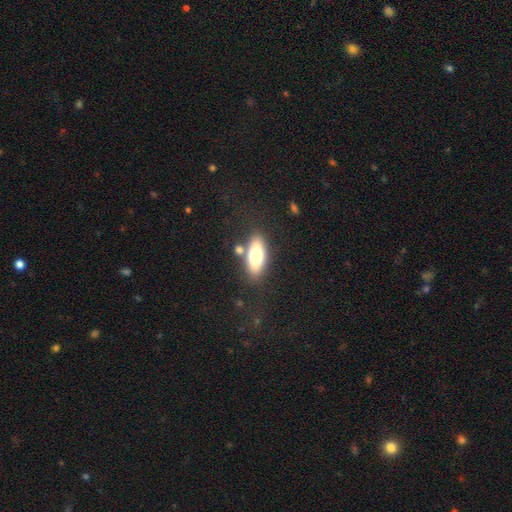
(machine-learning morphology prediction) Overall: smooth (71%). How rounded: in between (73%). Merging: none (76%).